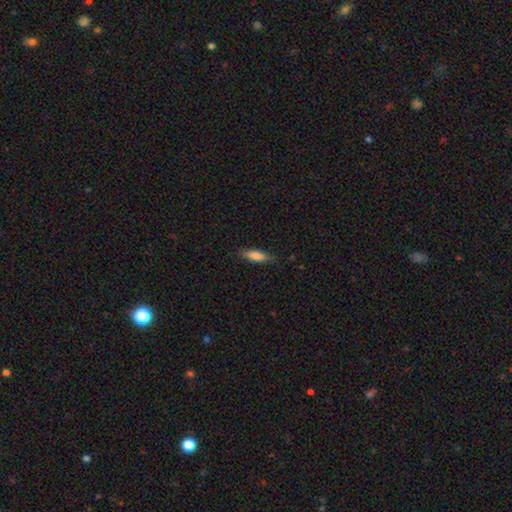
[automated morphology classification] smooth 76%, featured or disk 17%, star or artifact 7%. Down the decision tree: how rounded — cigar-shaped (60%); merging — none (82%).